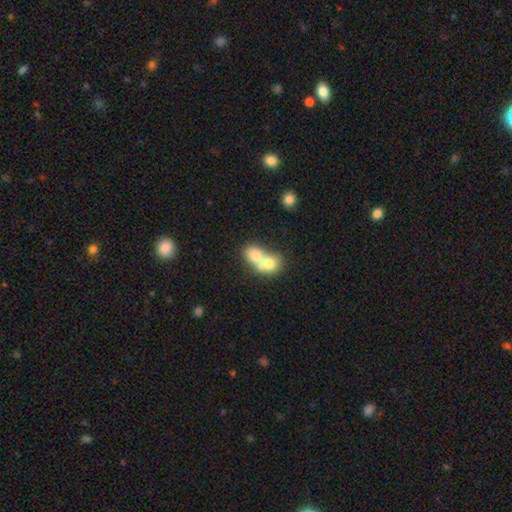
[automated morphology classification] type=smooth (68%); roundness=round (51%); merging=merger (76%).